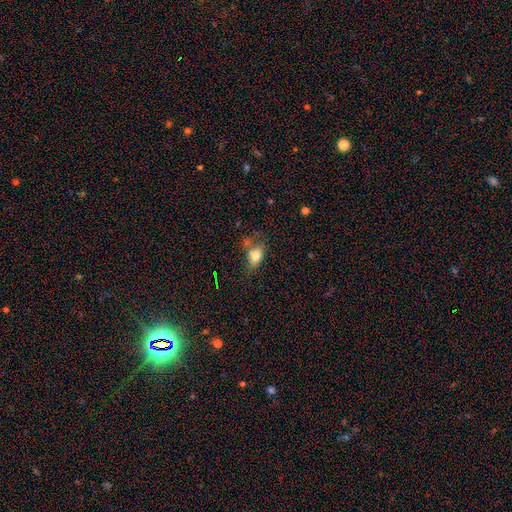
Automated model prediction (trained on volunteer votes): smooth_or_featured: smooth (p=0.76) [alt: featured or disk p=0.14]
how_rounded: in between (p=0.77) [alt: round p=0.20]
merging: none (p=0.45) [alt: minor disturbance p=0.25]